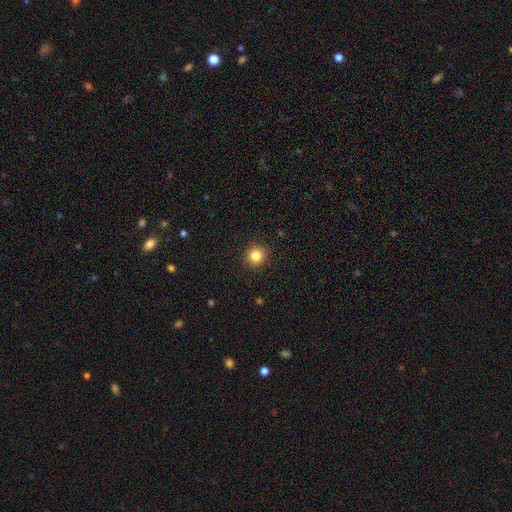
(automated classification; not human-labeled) Smooth or featured? Predicted: smooth (p=0.84). How rounded? Predicted: round (p=0.92). Merging? Predicted: none (p=0.91).